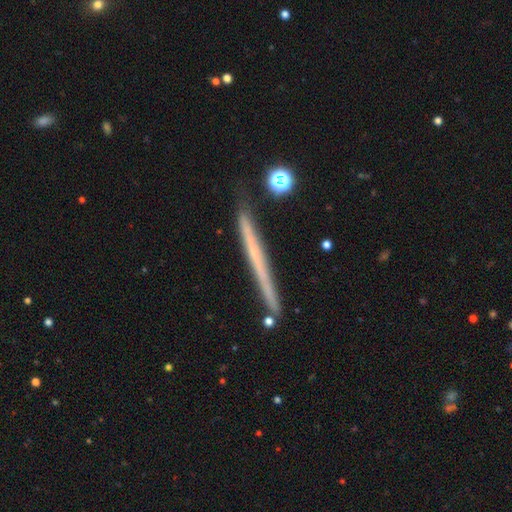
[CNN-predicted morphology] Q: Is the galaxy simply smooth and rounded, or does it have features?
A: featured or disk — 57%.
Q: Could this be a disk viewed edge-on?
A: yes — 97%.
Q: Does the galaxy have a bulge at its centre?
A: none — 88%.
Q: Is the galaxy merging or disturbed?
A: none — 85%.